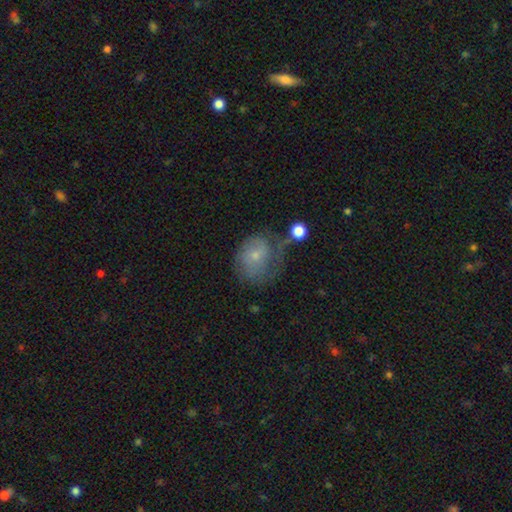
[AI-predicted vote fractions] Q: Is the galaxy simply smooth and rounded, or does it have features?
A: smooth — 56%.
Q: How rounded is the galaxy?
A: round — 56%.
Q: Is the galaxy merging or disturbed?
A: none — 33%.